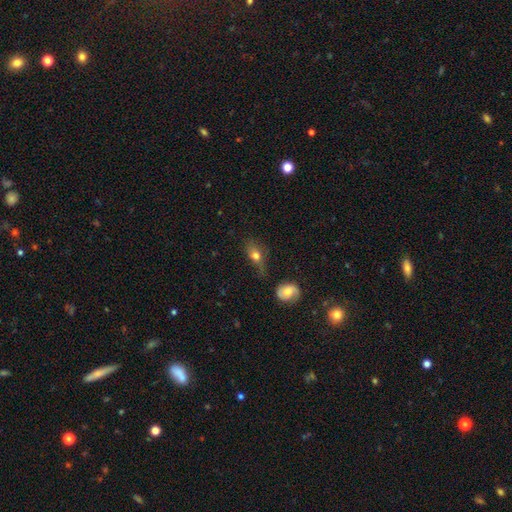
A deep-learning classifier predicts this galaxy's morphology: Smooth or featured: smooth — 66% (featured or disk — 24%)
How rounded: in between — 72% (round — 17%)
Merging: none — 53% (minor disturbance — 24%)